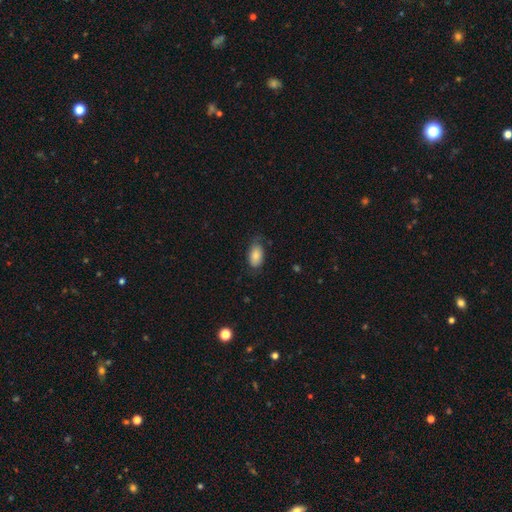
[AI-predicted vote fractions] smooth 81%, featured or disk 12%, star or artifact 7%. Down the decision tree: how rounded — in between (92%); merging — none (66%).